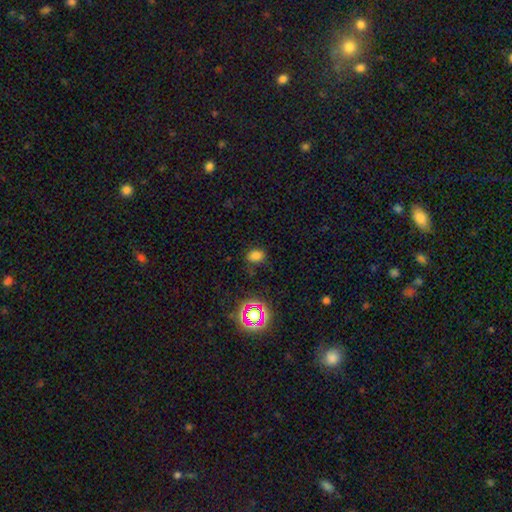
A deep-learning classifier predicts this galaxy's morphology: Smooth or featured: smooth — 72% (star or artifact — 22%)
How rounded: in between — 65% (round — 33%)
Merging: none — 78% (minor disturbance — 14%)